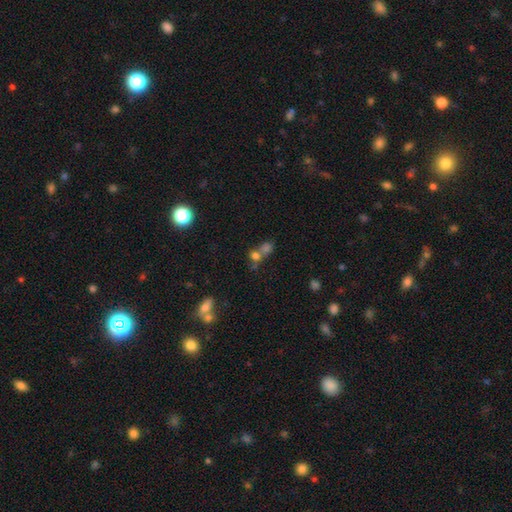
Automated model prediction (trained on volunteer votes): Q: Smooth or featured?
A: smooth (68%); runner-up: star or artifact (20%)
Q: How rounded?
A: round (67%); runner-up: in between (31%)
Q: Merging?
A: merger (54%); runner-up: none (33%)